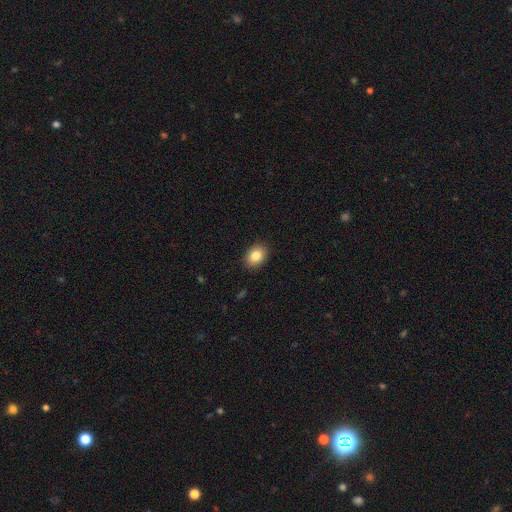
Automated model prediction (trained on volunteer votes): Smooth or featured? Predicted: smooth (p=0.84). How rounded? Predicted: in between (p=0.70). Merging? Predicted: none (p=0.90).